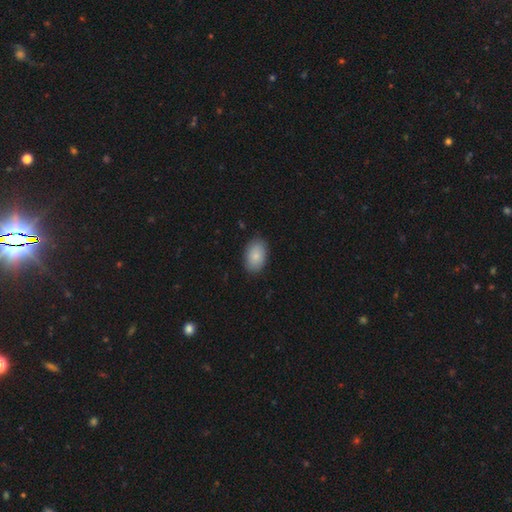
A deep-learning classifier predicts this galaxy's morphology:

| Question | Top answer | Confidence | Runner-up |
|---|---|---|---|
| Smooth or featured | smooth | 86% | featured or disk (8%) |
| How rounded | in between | 91% | round (8%) |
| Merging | none | 86% | minor disturbance (11%) |